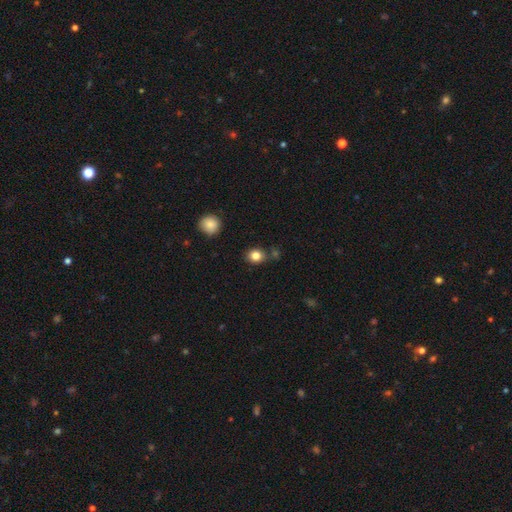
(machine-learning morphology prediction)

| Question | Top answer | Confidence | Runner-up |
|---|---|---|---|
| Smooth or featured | smooth | 83% | star or artifact (11%) |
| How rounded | round | 66% | in between (34%) |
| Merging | none | 79% | minor disturbance (11%) |